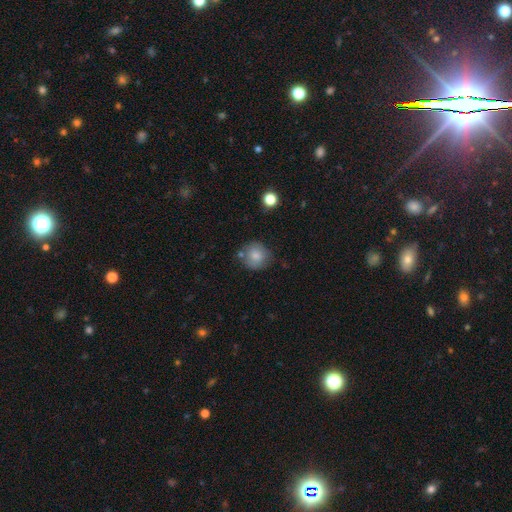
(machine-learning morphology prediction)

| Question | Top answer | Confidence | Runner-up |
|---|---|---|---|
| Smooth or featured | smooth | 80% | featured or disk (11%) |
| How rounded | round | 89% | in between (10%) |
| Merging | none | 73% | minor disturbance (16%) |